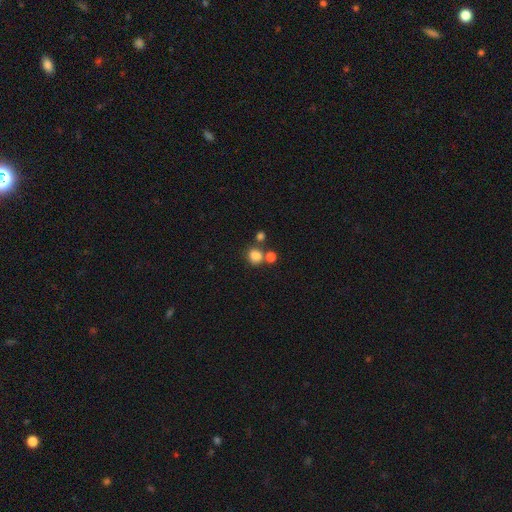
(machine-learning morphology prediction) Overall: smooth (81%). How rounded: round (79%). Merging: none (55%; merger 31%).